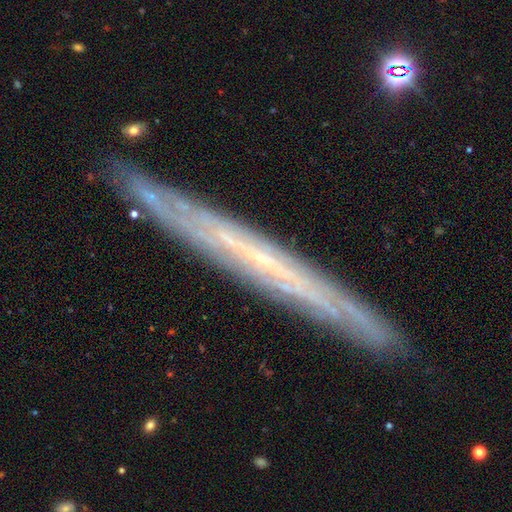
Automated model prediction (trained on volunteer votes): Morphology: type=featured or disk (79%); edge-on=yes (81%); edge-on bulge=none (74%); merging=none (85%).